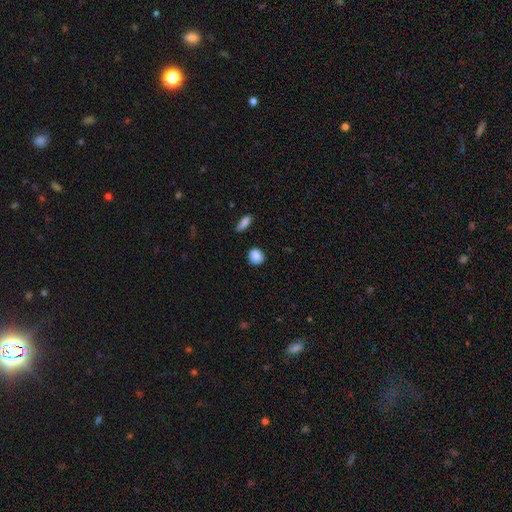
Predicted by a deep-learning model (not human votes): Morphology: type=smooth (87%); roundness=round (76%); merging=none (82%).